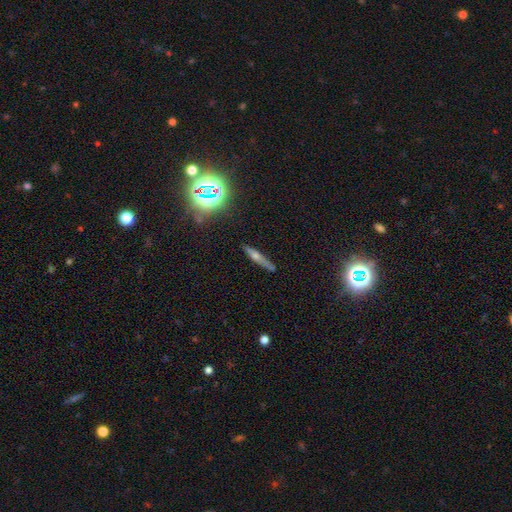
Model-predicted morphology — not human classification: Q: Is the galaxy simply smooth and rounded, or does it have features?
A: featured or disk — 49%.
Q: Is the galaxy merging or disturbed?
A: none — 83%.